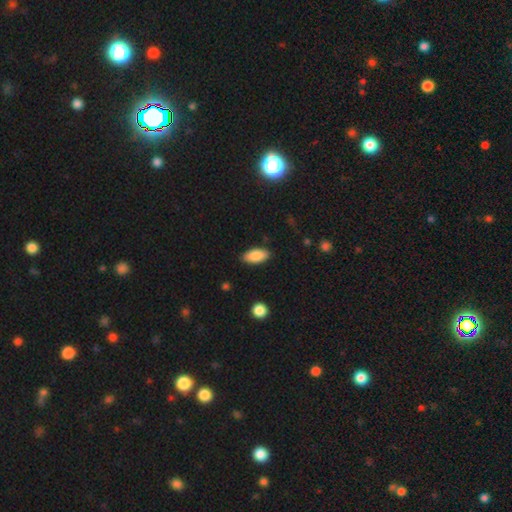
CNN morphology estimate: This appears to be a smooth galaxy with no disk features (87%) that is in between round and cigar-shaped (91%). Merging: none (87%).